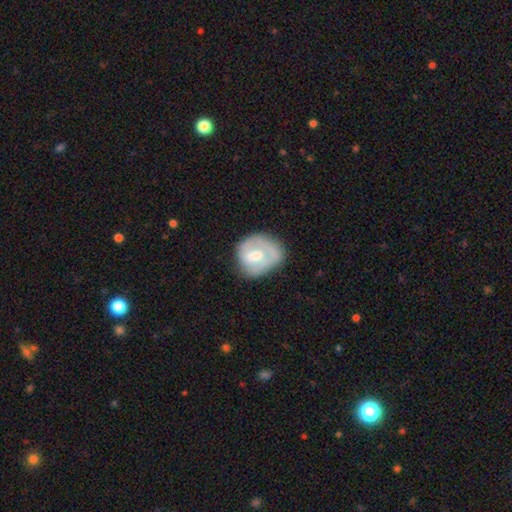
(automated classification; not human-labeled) smooth_or_featured: featured or disk (p=0.48) [alt: smooth p=0.46]
merging: none (p=0.53) [alt: minor disturbance p=0.28]